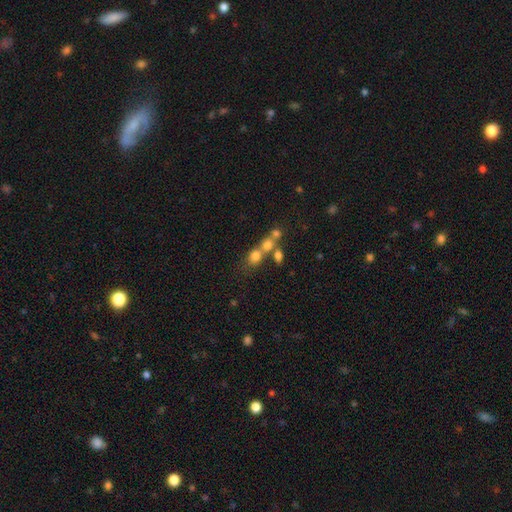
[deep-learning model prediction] This appears to be a smooth galaxy with no disk features (69%) that is round (59%). Merging: merger (52%).